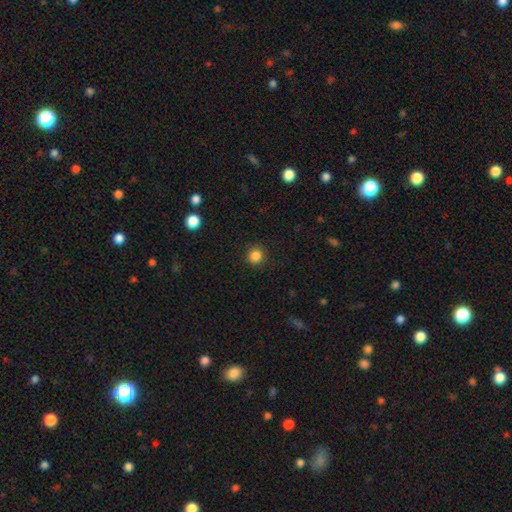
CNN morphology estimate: smooth 85%, star or artifact 11%, featured or disk 4%. Down the decision tree: how rounded — round (93%); merging — none (90%).